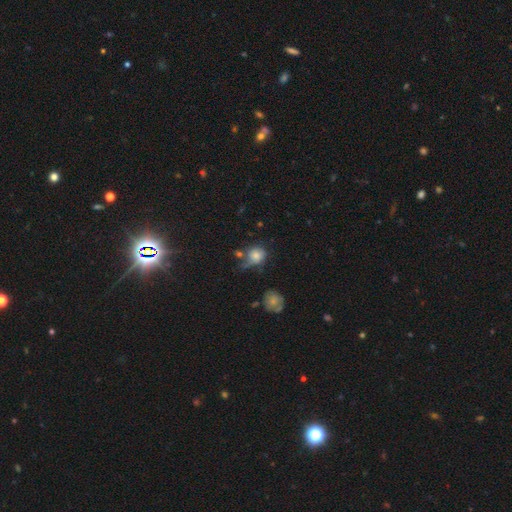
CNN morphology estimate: A smooth galaxy with no disk features (76%) that is round (77%).

Vote fractions:
- Smooth or featured? smooth: 76% / featured or disk: 13% / star or artifact: 11%
- How rounded? round: 77% / in between: 22% / cigar-shaped: 1%
- Merging? none: 43% / minor disturbance: 25% / major disturbance: 17% / merger: 15%